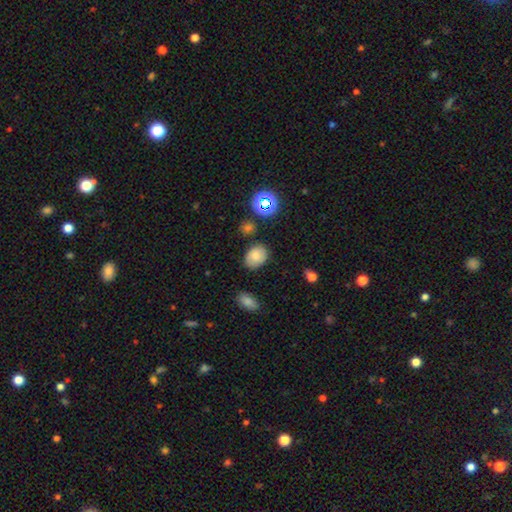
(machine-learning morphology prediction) A smooth galaxy with no disk features (77%) that is in between round and cigar-shaped (75%). Merging: none (78%).